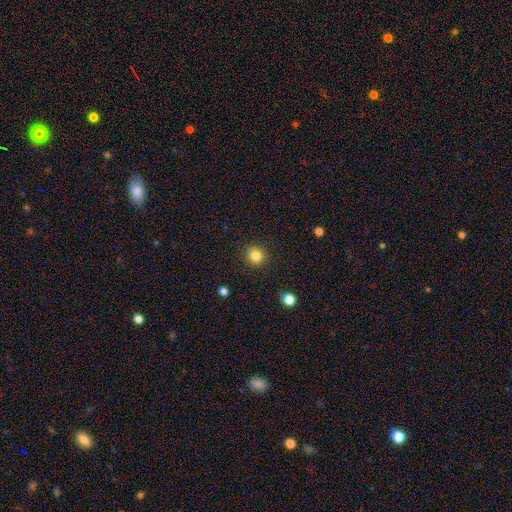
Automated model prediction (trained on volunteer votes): Overall: smooth (83%). How rounded: round (91%). Merging: none (91%).